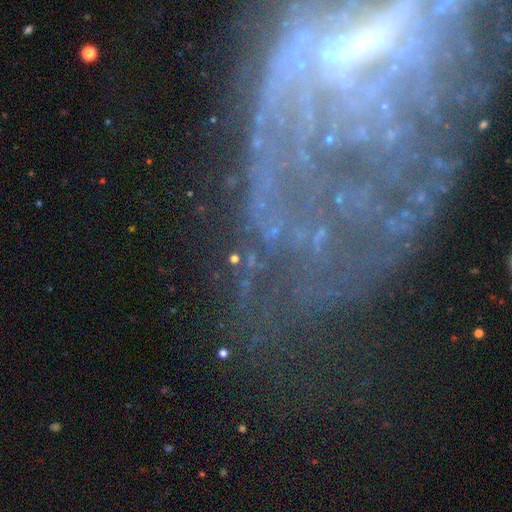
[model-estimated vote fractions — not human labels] featured or disk 70%, star or artifact 18%, smooth 11%. Down the decision tree: edge-on disk — no (92%); bar — no (46%); spiral arms — yes (52%); bulge size — none (37%); merging — none (42%).